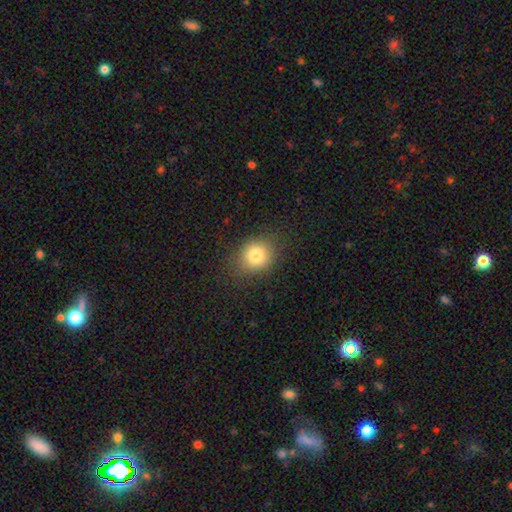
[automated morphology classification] Overall: smooth (79%). How rounded: round (66%; in between 33%). Merging: none (83%).